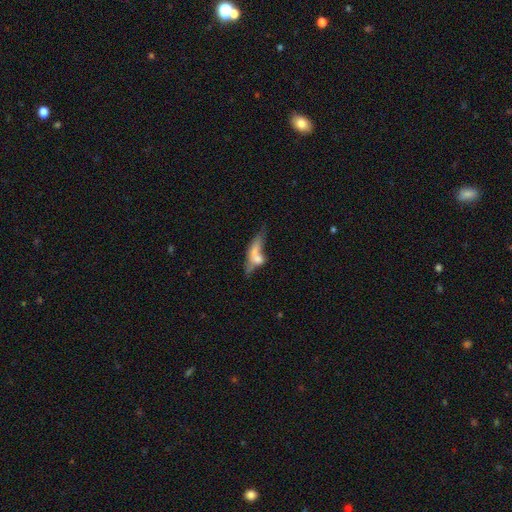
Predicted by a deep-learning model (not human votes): smooth_or_featured: smooth (p=0.51) [alt: featured or disk p=0.39]
how_rounded: in between (p=0.53) [alt: cigar-shaped p=0.39]
merging: merger (p=0.53) [alt: none p=0.20]